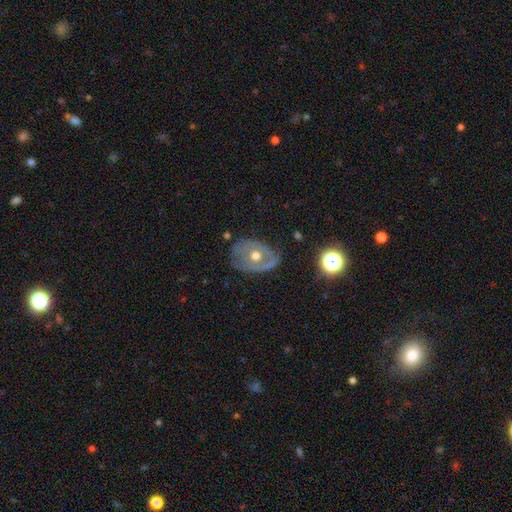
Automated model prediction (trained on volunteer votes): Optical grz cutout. It shows a featured or disk galaxy (63%) with no bar (87%), no spiral arms (60%) and a moderate central bulge (78%). Merging: none (56%).